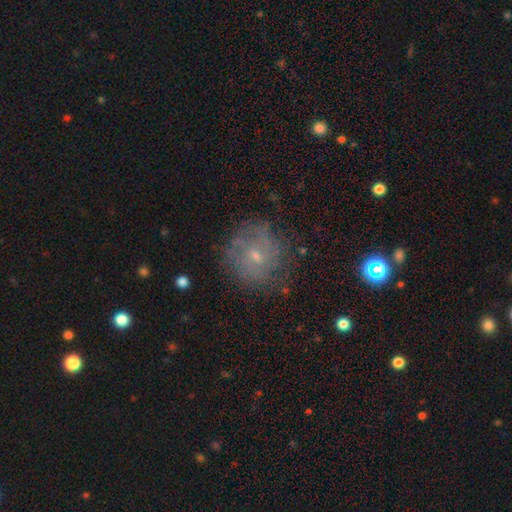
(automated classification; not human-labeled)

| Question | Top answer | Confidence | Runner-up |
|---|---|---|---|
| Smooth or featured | featured or disk | 47% | smooth (39%) |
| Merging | none | 70% | minor disturbance (18%) |